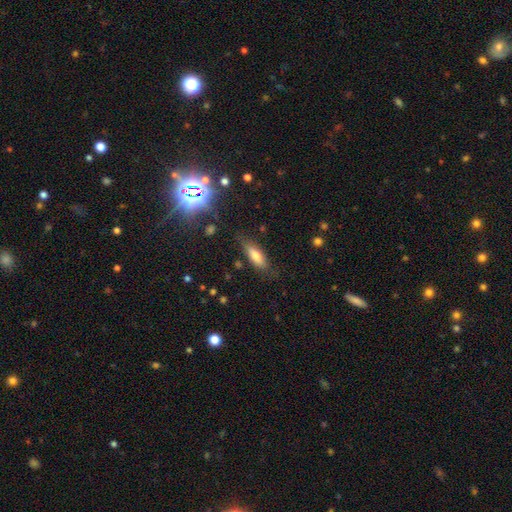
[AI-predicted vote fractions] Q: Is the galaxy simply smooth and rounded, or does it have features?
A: smooth — 70%.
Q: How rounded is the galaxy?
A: in between — 62%.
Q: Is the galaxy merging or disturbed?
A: none — 74%.